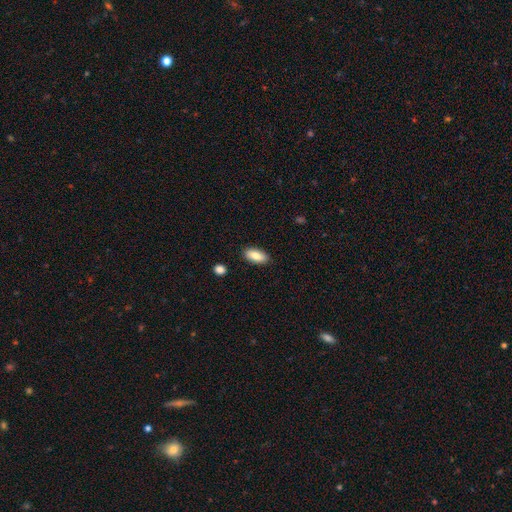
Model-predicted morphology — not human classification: This is clearly a smooth galaxy (84%). How rounded: clearly in between (89%). Merging: clearly none (88%).